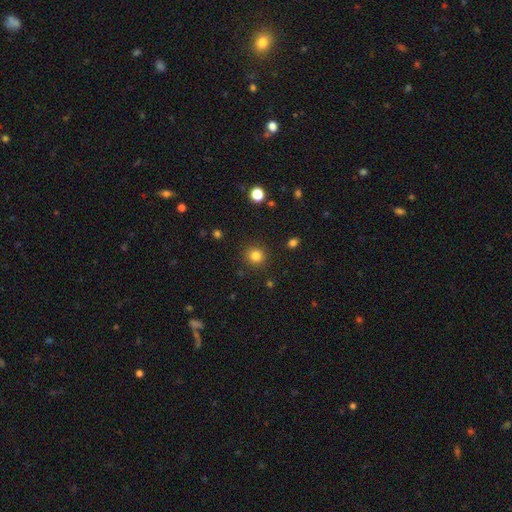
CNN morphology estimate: type=smooth (83%); roundness=round (91%); merging=none (89%).